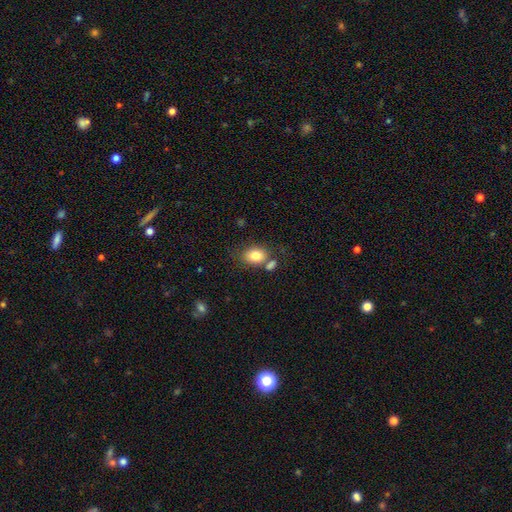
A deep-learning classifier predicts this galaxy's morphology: The model was most divided on "how rounded": in between: 69%, round: 30%, cigar-shaped: 1%. More confident: smooth or featured — smooth (81%); merging — none (59%).